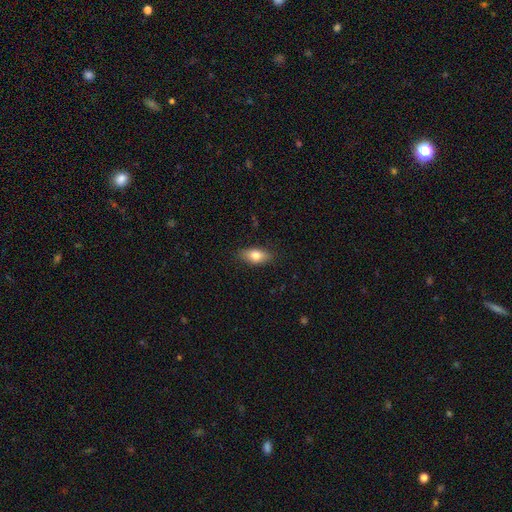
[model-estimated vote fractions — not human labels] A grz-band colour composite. It shows a smooth galaxy with no disk features (76%) that is in between round and cigar-shaped (84%). Merging: none (85%).